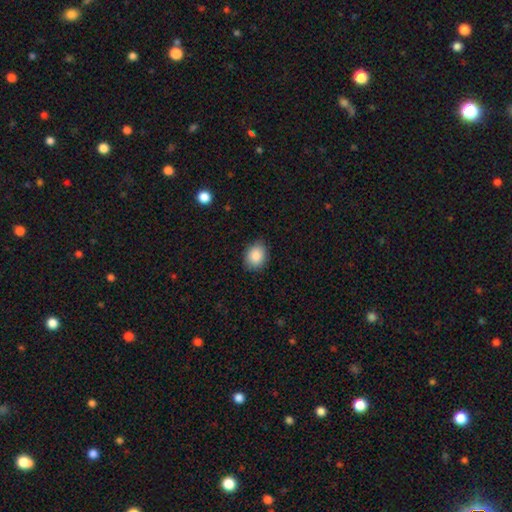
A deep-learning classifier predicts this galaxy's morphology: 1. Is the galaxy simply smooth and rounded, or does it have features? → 88% smooth, 8% star or artifact, 4% featured or disk.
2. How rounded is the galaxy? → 50% in between, 49% round, 1% cigar-shaped.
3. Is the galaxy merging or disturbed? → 84% none, 12% minor disturbance, 3% major disturbance, 1% merger.